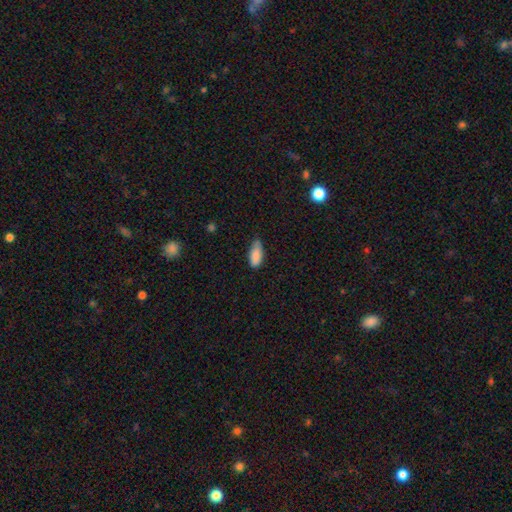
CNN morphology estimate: Overall: smooth (86%). How rounded: in between (84%). Merging: none (55%; minor disturbance 37%).